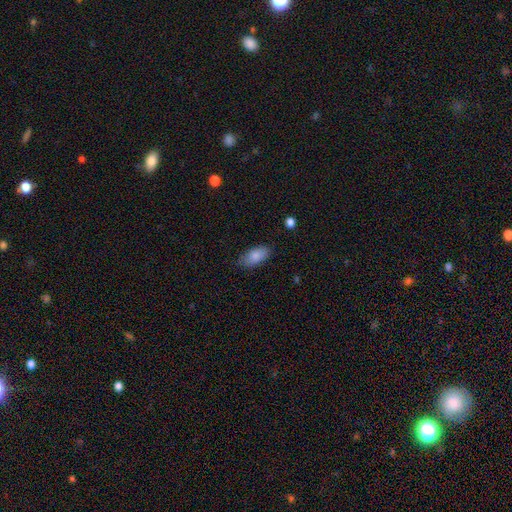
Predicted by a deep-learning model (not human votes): This is clearly a smooth galaxy (84%). How rounded: clearly in between (92%). Merging: clearly none (81%).